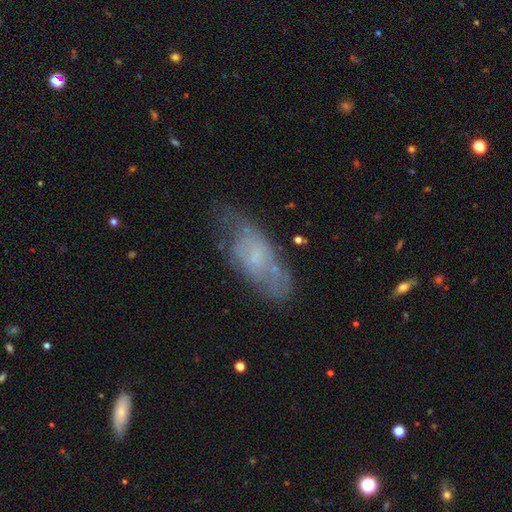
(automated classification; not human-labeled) This is possibly a featured or disk galaxy (46%). Merging: possibly none (53%).